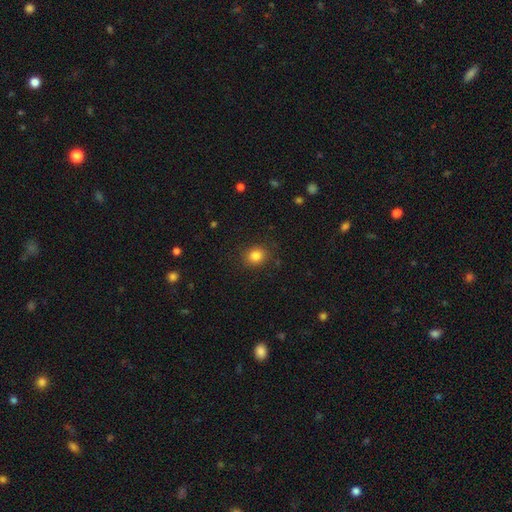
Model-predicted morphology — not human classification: Q: Smooth or featured?
A: smooth (83%); runner-up: star or artifact (11%)
Q: How rounded?
A: round (68%); runner-up: in between (31%)
Q: Merging?
A: none (87%); runner-up: minor disturbance (9%)